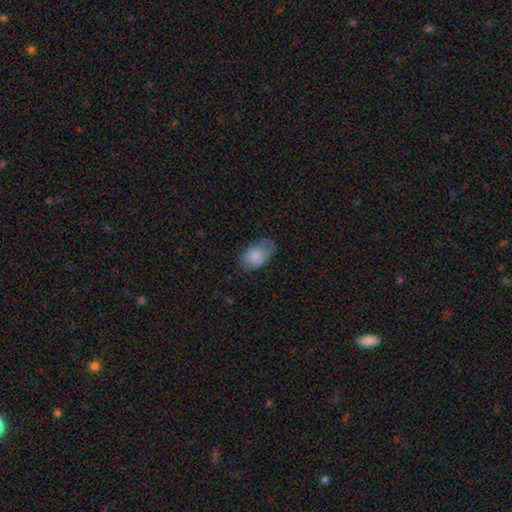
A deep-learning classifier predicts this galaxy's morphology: smooth_or_featured: smooth (p=0.81) [alt: featured or disk p=0.12]
how_rounded: in between (p=0.89) [alt: round p=0.09]
merging: none (p=0.62) [alt: minor disturbance p=0.28]